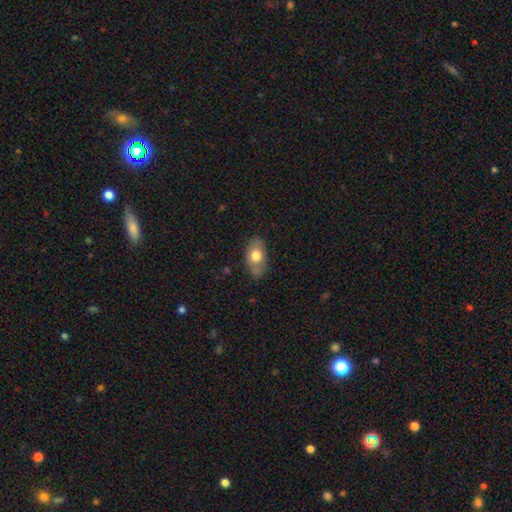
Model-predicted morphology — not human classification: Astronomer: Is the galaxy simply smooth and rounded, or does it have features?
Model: smooth — 70%.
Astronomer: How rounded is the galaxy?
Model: in between — 88%.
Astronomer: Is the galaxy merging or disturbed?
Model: none — 75%.